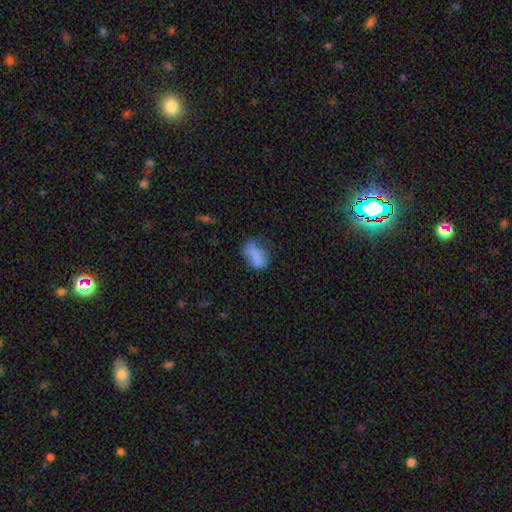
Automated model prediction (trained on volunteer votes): Smooth or featured: smooth — 75% (featured or disk — 14%)
How rounded: in between — 86% (round — 12%)
Merging: none — 40% (minor disturbance — 33%)